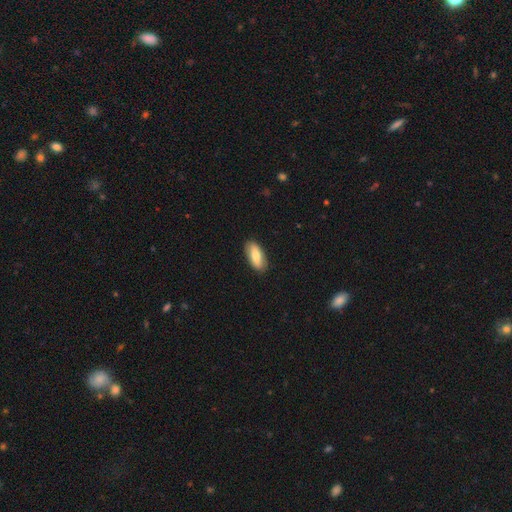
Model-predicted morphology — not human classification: Smooth or featured? Predicted: smooth (p=0.72). How rounded? Predicted: in between (p=0.83). Merging? Predicted: none (p=0.88).